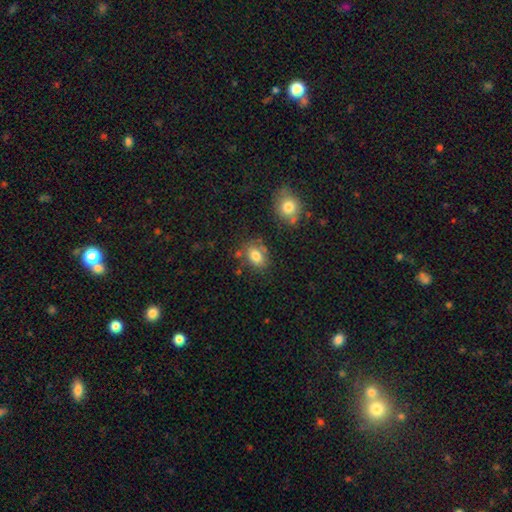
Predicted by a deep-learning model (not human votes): This is clearly a smooth galaxy (80%). How rounded: likely in between (72%). Merging: likely none (68%).